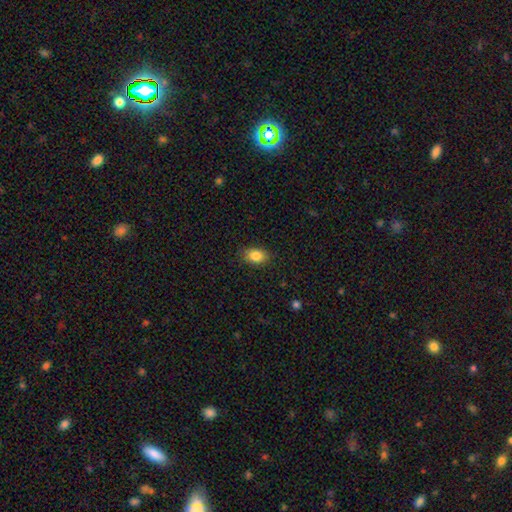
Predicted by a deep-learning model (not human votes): This appears to be a smooth galaxy with no disk features (85%) that is in between round and cigar-shaped (81%). Merging: none (86%).